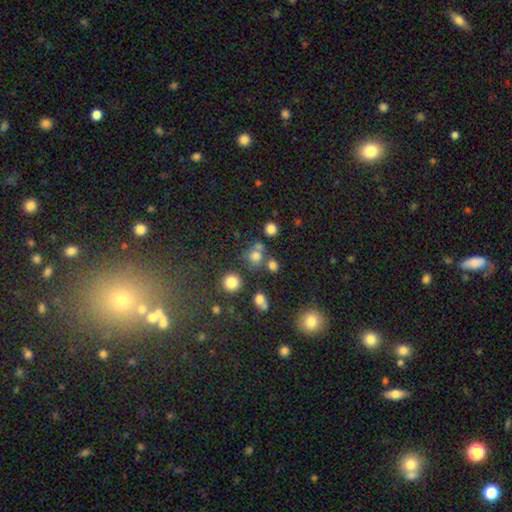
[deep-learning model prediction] Smooth or featured: star or artifact — 53% (smooth — 37%)